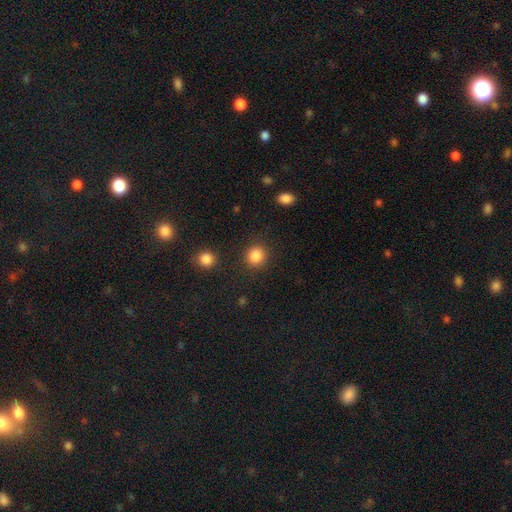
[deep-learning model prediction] smooth-or-featured: smooth: 87% | star or artifact: 10% | featured or disk: 3%
  how-rounded: round: 89% | in between: 10% | cigar-shaped: 1%
  merging: none: 89% | minor disturbance: 6% | major disturbance: 3% | merger: 2%